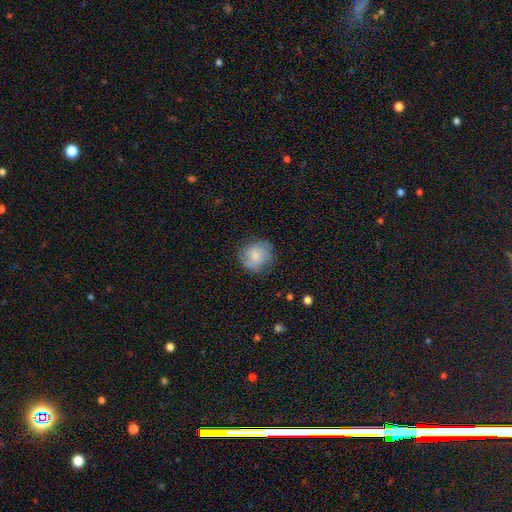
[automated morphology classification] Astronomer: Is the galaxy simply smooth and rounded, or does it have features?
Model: smooth — 59%.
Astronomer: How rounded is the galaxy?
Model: round — 84%.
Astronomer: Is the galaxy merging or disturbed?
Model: none — 76%.